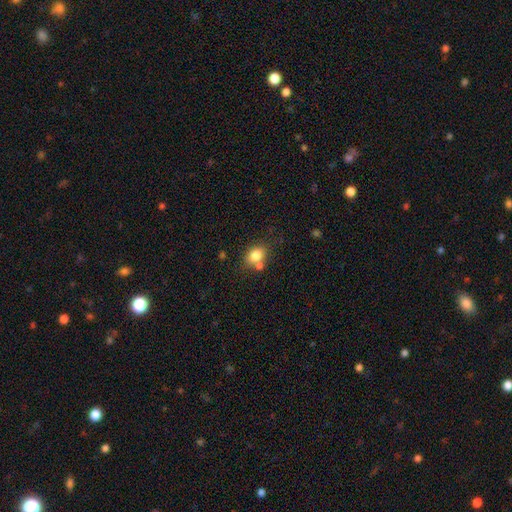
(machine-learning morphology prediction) Smooth or featured: smooth — 81% (star or artifact — 10%)
How rounded: in between — 63% (round — 35%)
Merging: none — 58% (merger — 24%)